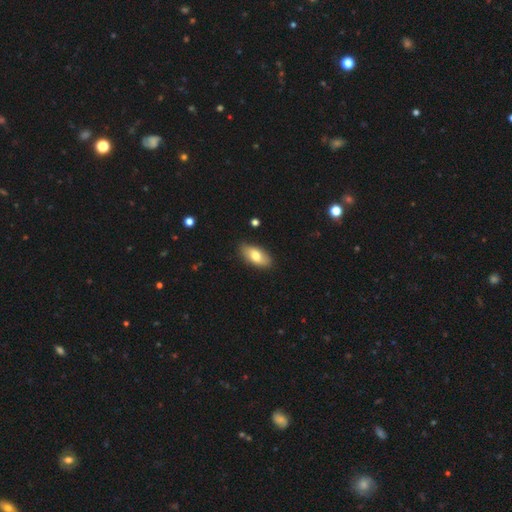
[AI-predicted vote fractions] A smooth galaxy with no disk features (75%) that is in between round and cigar-shaped (90%). Merging: none (85%).